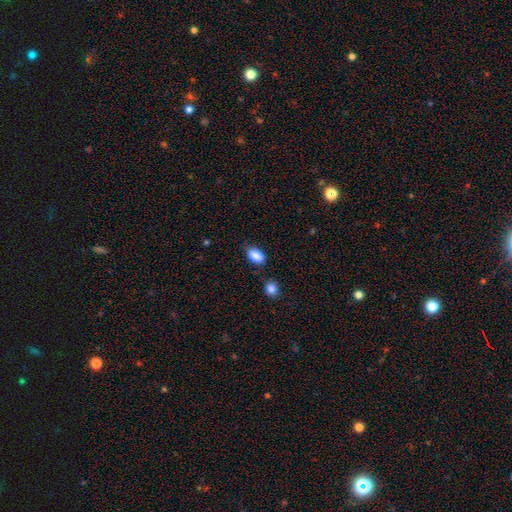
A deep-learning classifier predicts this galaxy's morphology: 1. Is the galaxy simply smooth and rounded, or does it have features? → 87% smooth, 8% star or artifact, 5% featured or disk.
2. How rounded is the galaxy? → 90% in between, 7% round, 3% cigar-shaped.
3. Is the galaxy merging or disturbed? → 76% none, 17% minor disturbance, 4% merger, 3% major disturbance.